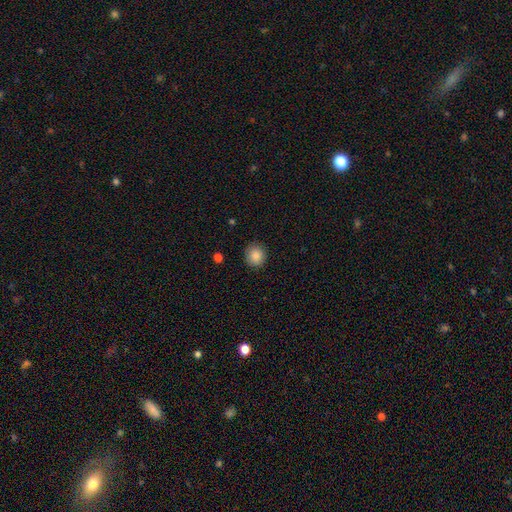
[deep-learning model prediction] The model was most divided on "how rounded": round: 86%, in between: 13%, cigar-shaped: 1%. More confident: merging — none (89%); smooth or featured — smooth (87%).